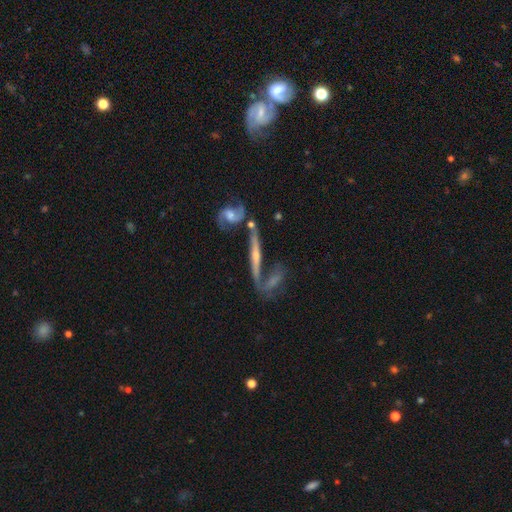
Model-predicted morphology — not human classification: A featured or disk galaxy (75%) viewed edge-on (74%) with a rounded central bulge (69%).

Vote fractions:
- Smooth or featured? featured or disk: 75% / smooth: 17% / star or artifact: 8%
- Edge-on disk? yes: 74% / no: 26%
- Edge-on bulge? rounded: 69% / none: 23% / boxy: 8%
- Merging? none: 49% / merger: 27% / minor disturbance: 15% / major disturbance: 9%